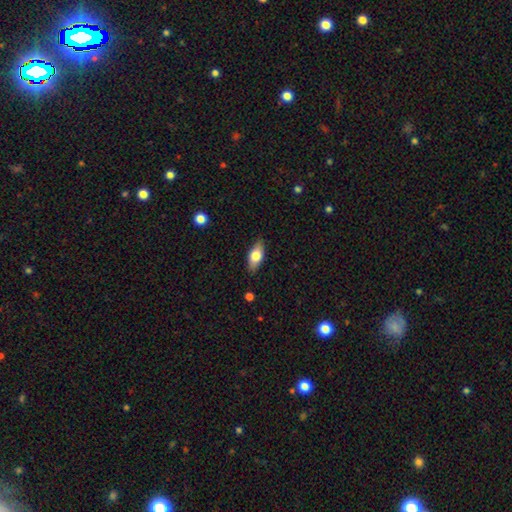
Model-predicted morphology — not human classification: This is likely a smooth galaxy (70%). How rounded: clearly in between (86%). Merging: clearly none (84%).